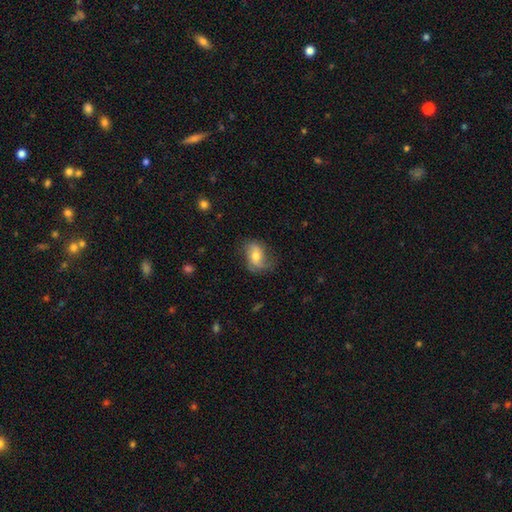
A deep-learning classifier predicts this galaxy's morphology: Q: Smooth or featured?
A: featured or disk (57%); runner-up: smooth (34%)
Q: Edge-on disk?
A: no (95%); runner-up: yes (5%)
Q: Bar?
A: no (50%); runner-up: weak (37%)
Q: Spiral arms?
A: yes (86%); runner-up: no (14%)
Q: Bulge size?
A: moderate (60%); runner-up: small (30%)
Q: Merging?
A: none (61%); runner-up: minor disturbance (25%)